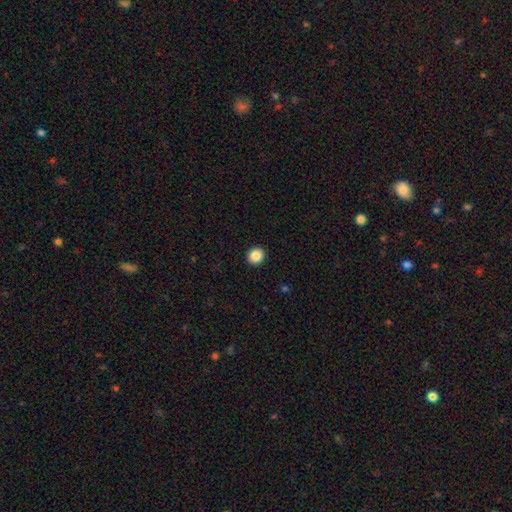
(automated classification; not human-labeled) smooth_or_featured: smooth (p=0.88) [alt: star or artifact p=0.09]
how_rounded: round (p=0.92) [alt: in between p=0.07]
merging: none (p=0.93) [alt: minor disturbance p=0.04]